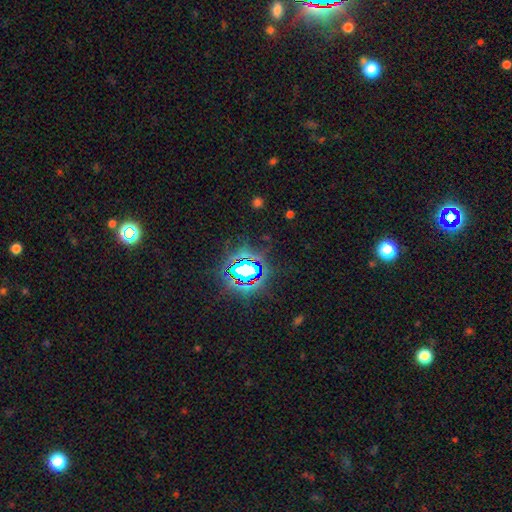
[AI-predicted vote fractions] A star or artifact, not a galaxy (79%).

Vote fractions:
- Smooth or featured? star or artifact: 79% / smooth: 13% / featured or disk: 8%